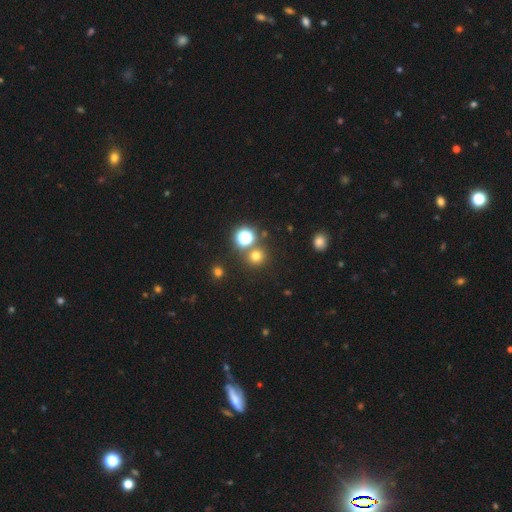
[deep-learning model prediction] This is likely a smooth galaxy (68%). How rounded: clearly round (92%). Merging: likely none (79%).